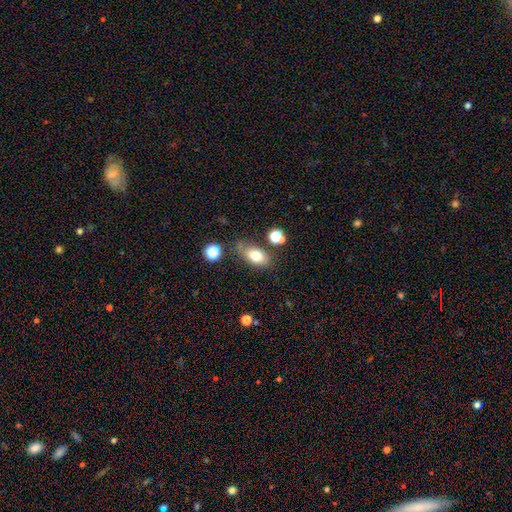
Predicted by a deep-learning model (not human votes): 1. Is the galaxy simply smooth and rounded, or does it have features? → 74% smooth, 16% featured or disk, 10% star or artifact.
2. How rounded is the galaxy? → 84% in between, 10% round, 6% cigar-shaped.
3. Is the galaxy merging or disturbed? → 63% none, 21% minor disturbance, 9% merger, 7% major disturbance.